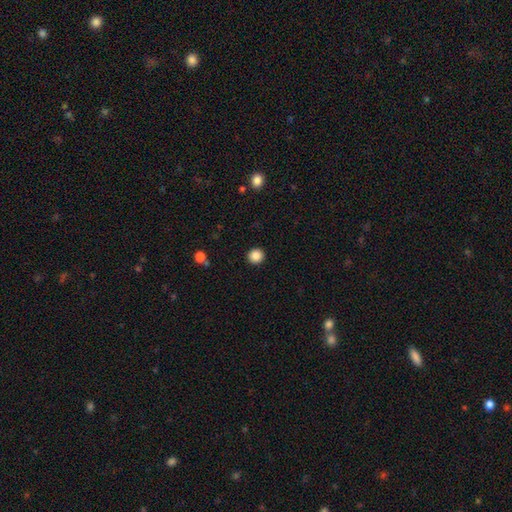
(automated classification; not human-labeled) Smooth or featured: smooth — 86% (star or artifact — 10%)
How rounded: round — 93% (in between — 6%)
Merging: none — 93% (minor disturbance — 5%)